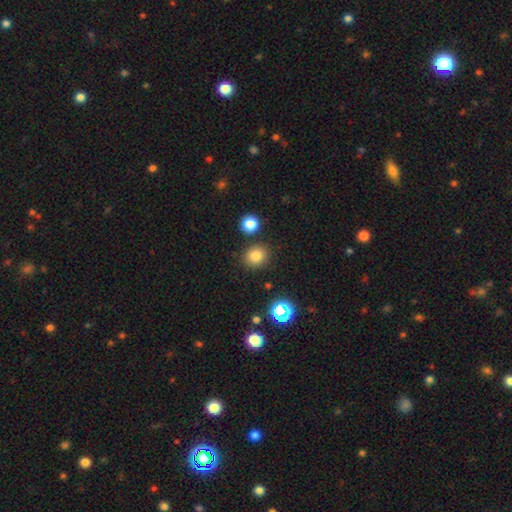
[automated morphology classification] Smooth or featured? smooth (80%)
How rounded? round (80%)
Merging? none (84%)